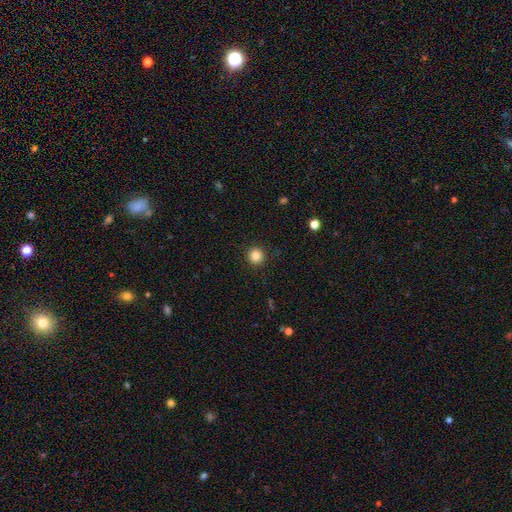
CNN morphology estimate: Smooth or featured? smooth (85%)
How rounded? round (95%)
Merging? none (92%)